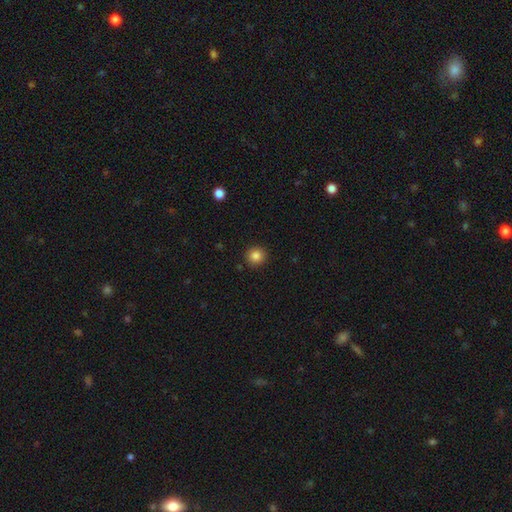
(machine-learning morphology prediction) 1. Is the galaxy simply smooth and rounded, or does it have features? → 85% smooth, 11% star or artifact, 5% featured or disk.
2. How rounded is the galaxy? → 93% round, 6% in between, 1% cigar-shaped.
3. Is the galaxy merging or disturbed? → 91% none, 6% minor disturbance, 2% major disturbance, 1% merger.